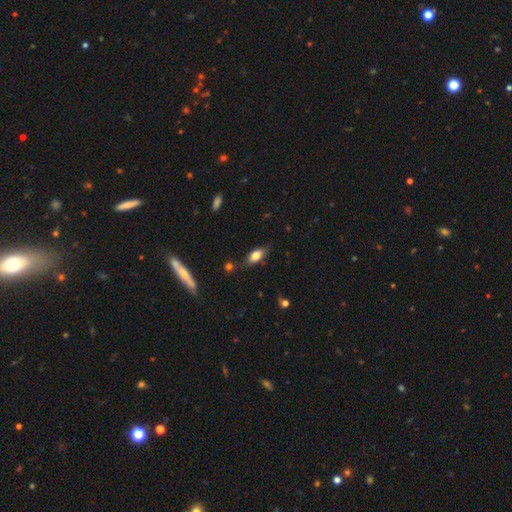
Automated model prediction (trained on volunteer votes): Smooth or featured? Predicted: smooth (p=0.74). How rounded? Predicted: in between (p=0.83). Merging? Predicted: none (p=0.71).